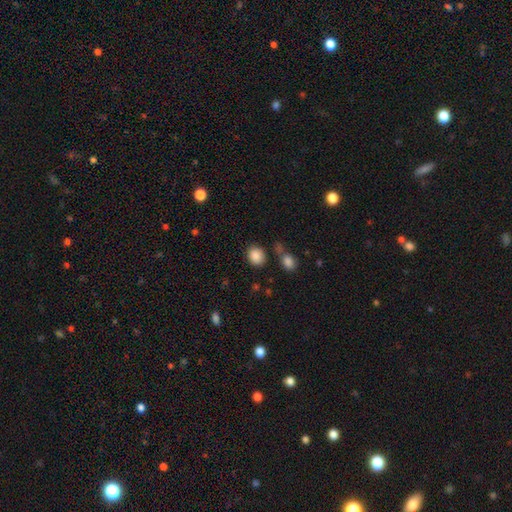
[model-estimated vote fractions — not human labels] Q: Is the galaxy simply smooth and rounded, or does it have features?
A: smooth — 87%.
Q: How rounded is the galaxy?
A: round — 54%.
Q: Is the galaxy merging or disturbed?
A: none — 74%.